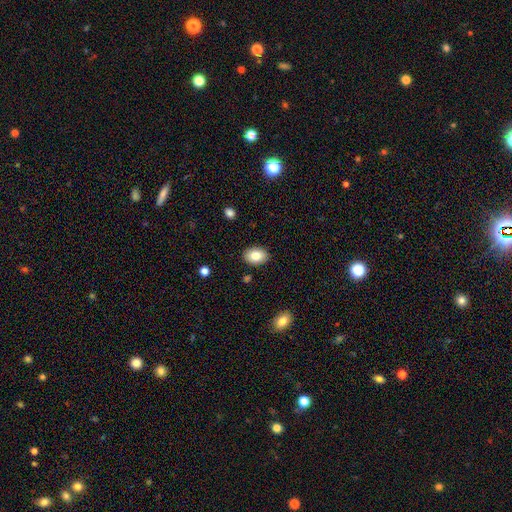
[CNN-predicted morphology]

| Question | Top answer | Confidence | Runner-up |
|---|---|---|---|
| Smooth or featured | smooth | 81% | featured or disk (11%) |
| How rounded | in between | 78% | round (21%) |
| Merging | none | 88% | minor disturbance (8%) |